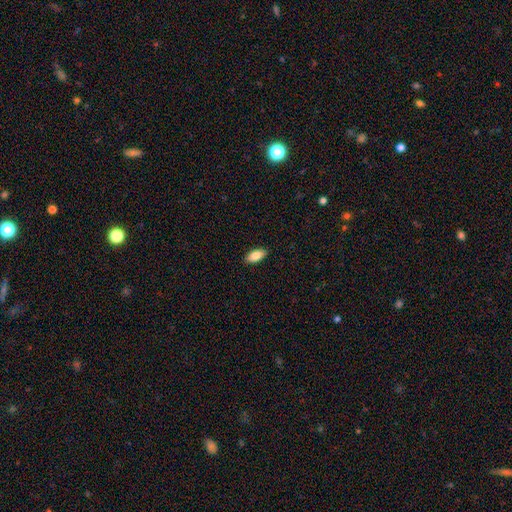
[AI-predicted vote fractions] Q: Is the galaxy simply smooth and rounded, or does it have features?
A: smooth — 86%.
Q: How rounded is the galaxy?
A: in between — 89%.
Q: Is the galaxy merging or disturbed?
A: none — 90%.